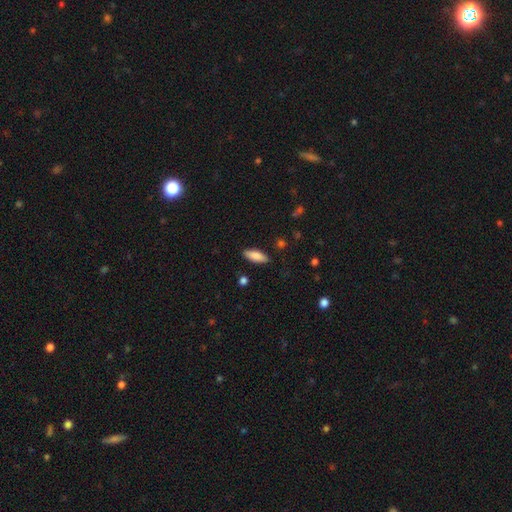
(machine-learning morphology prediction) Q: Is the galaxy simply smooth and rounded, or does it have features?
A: smooth — 85%.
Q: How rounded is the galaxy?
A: in between — 72%.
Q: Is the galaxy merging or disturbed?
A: none — 87%.